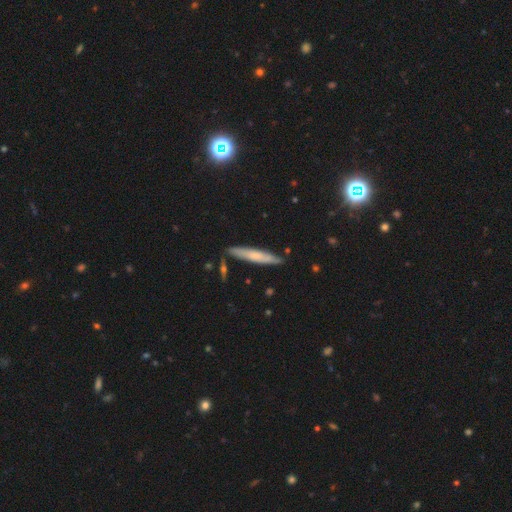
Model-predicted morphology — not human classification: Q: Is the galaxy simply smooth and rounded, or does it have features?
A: smooth — 61%.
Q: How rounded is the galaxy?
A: cigar-shaped — 91%.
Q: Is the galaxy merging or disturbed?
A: none — 84%.